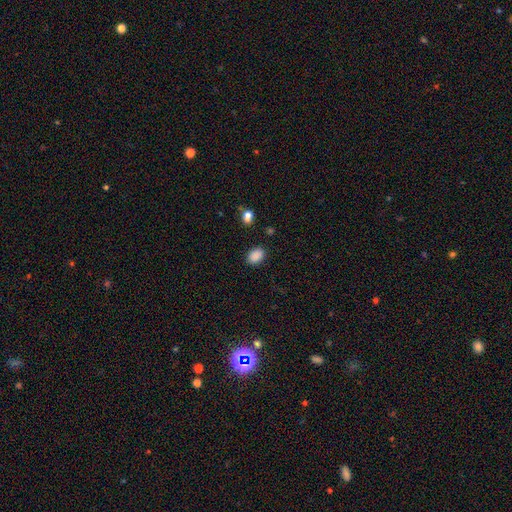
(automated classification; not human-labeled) Overall: smooth (88%). How rounded: in between (81%). Merging: none (86%).